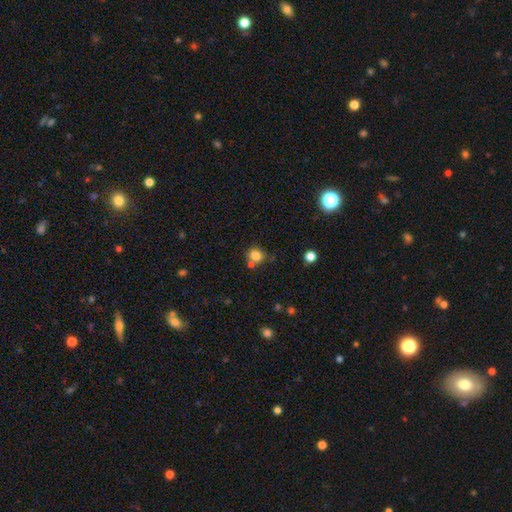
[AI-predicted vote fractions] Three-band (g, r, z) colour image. It shows a smooth galaxy with no disk features (81%) that is round (78%). Merging: none (62%).